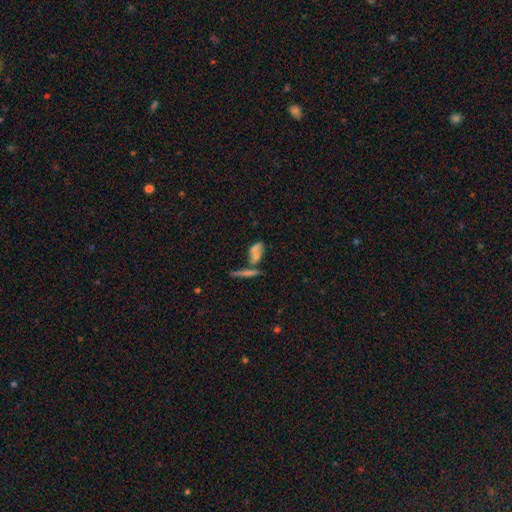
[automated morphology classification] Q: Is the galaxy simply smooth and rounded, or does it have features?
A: smooth — 48%.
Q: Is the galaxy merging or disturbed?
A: merger — 51%.